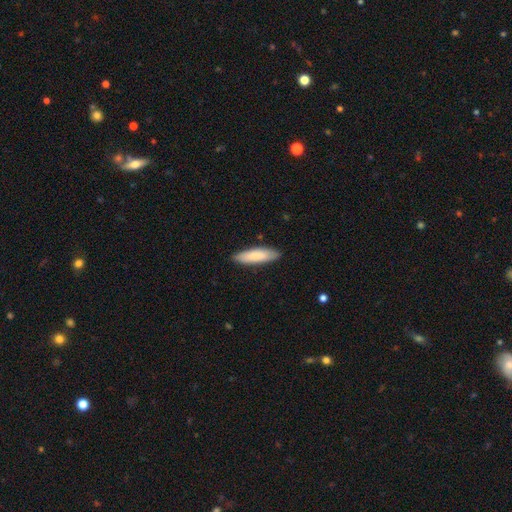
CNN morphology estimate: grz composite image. It shows a smooth galaxy with no disk features (84%) that is cigar-shaped (59%). Merging: none (87%).